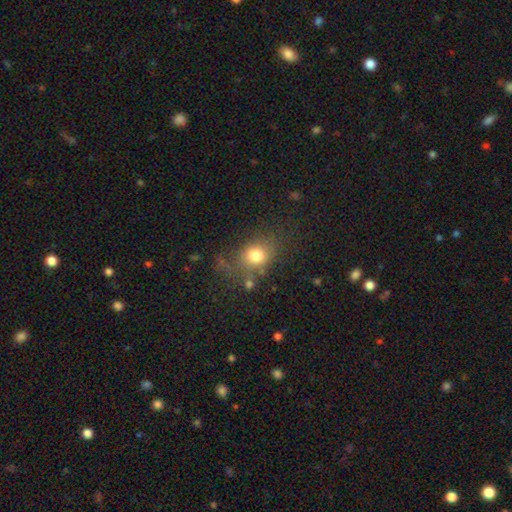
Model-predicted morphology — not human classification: This is likely a smooth galaxy (76%). How rounded: possibly round (52%). Merging: possibly none (58%).